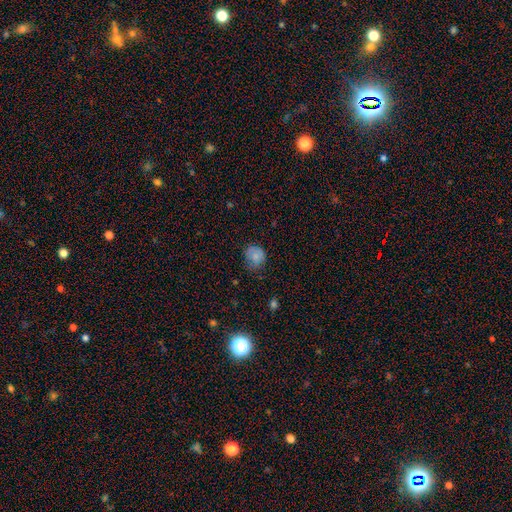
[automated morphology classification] Smooth or featured? Predicted: smooth (p=0.77). How rounded? Predicted: round (p=0.71). Merging? Predicted: none (p=0.57).